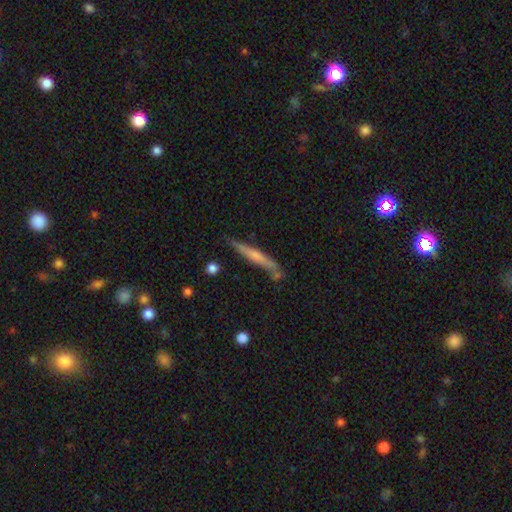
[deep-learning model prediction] smooth 49%, featured or disk 45%, star or artifact 6%. Down the decision tree: merging — none (75%).